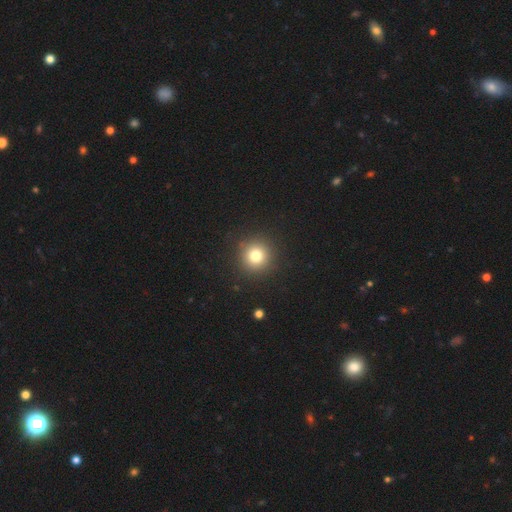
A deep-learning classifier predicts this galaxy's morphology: This appears to be a smooth galaxy with no disk features (78%) that is round (94%). Merging: none (90%).